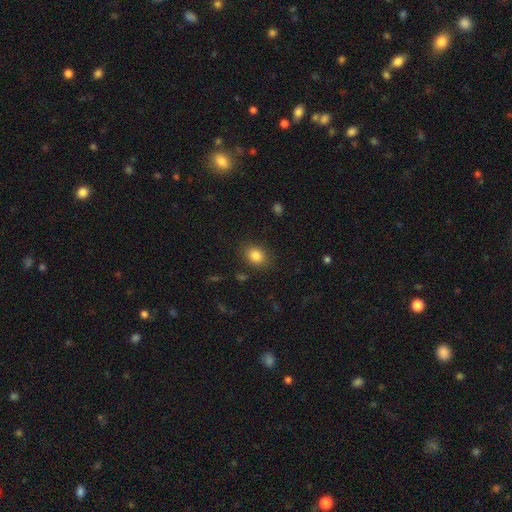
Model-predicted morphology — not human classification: Q: Smooth or featured?
A: smooth (84%); runner-up: star or artifact (10%)
Q: How rounded?
A: in between (57%); runner-up: round (42%)
Q: Merging?
A: none (84%); runner-up: minor disturbance (11%)